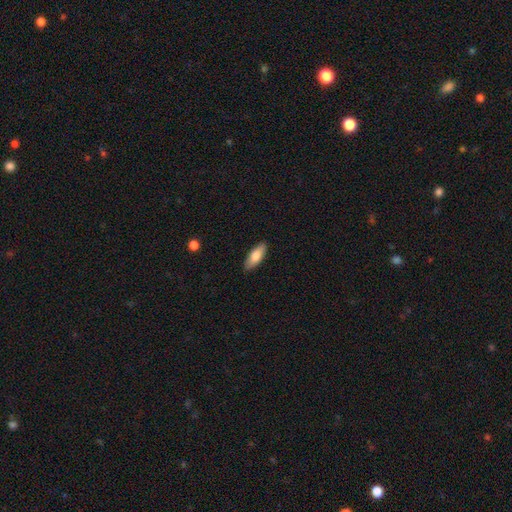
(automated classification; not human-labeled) The model was most divided on "how rounded": in between: 75%, cigar-shaped: 23%, round: 2%. More confident: merging — none (88%); smooth or featured — smooth (77%).